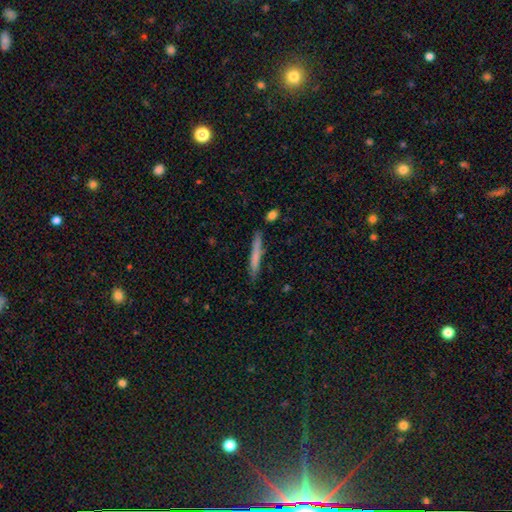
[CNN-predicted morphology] smooth-or-featured: smooth: 67% | featured or disk: 26% | star or artifact: 6%
  how-rounded: cigar-shaped: 95% | in between: 3% | round: 1%
  merging: none: 83% | minor disturbance: 12% | merger: 3% | major disturbance: 2%